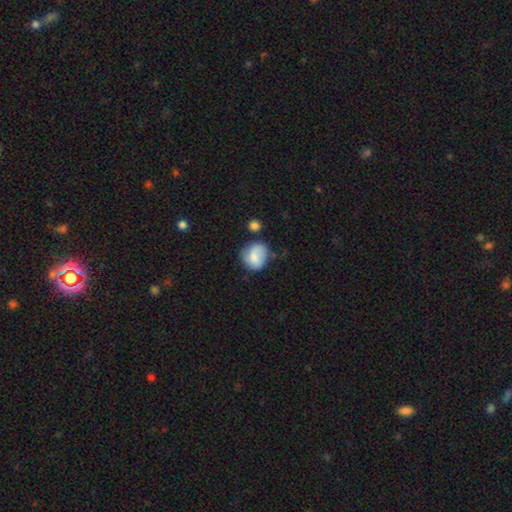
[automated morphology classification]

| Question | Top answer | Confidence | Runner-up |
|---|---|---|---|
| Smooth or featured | smooth | 66% | featured or disk (26%) |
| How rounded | round | 73% | in between (26%) |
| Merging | none | 58% | minor disturbance (27%) |